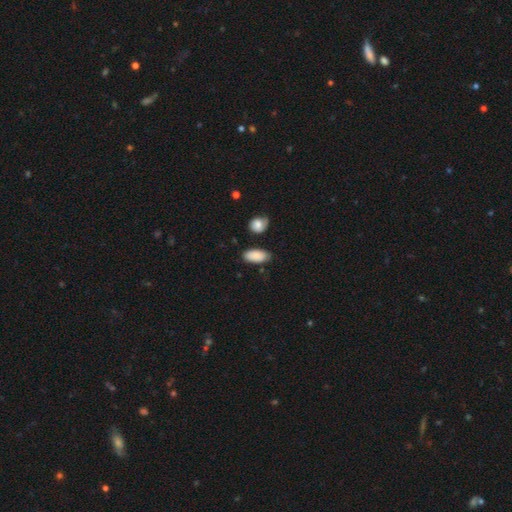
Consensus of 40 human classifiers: Smooth or featured: smooth — 82% (star or artifact — 10%)
How rounded: in between — 97% (round — 3%)
Merging: none — 69% (minor disturbance — 17%)